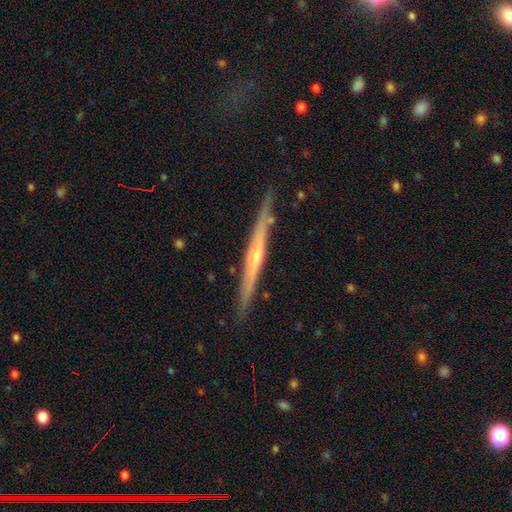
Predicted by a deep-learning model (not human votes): This appears to be a featured or disk galaxy (71%) viewed edge-on (97%) with no central bulge (48%). Merging: none (86%).